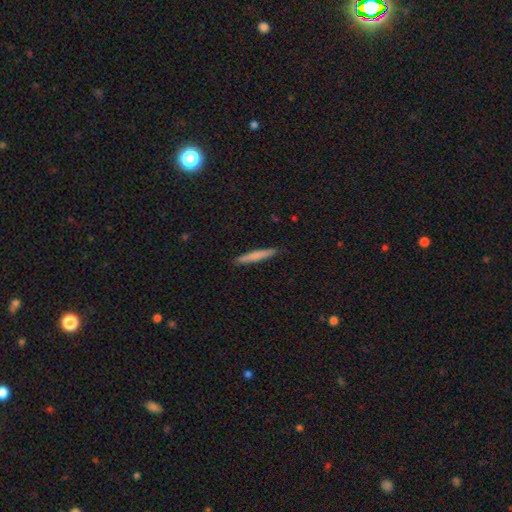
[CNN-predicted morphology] Smooth or featured? smooth (73%)
How rounded? cigar-shaped (95%)
Merging? none (91%)